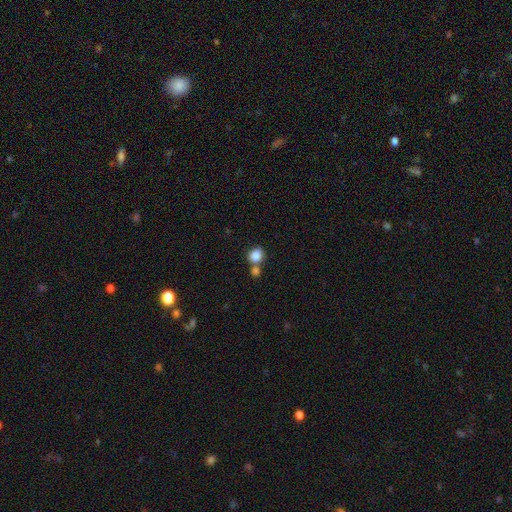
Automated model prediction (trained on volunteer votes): Morphology: type=smooth (84%); roundness=round (76%); merging=none (51%).